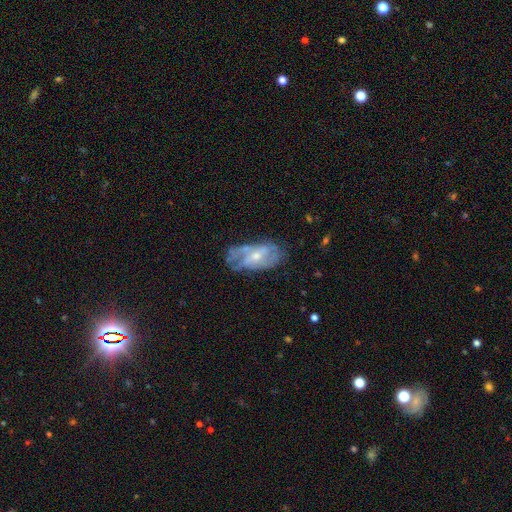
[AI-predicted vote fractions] Smooth or featured?
  - featured or disk: 71% *
  - smooth: 22%
  - star or artifact: 7%
Edge-on disk?
  - no: 93% *
  - yes: 7%
Bar?
  - no: 48% *
  - weak: 39%
  - strong: 13%
Spiral arms?
  - yes: 73% *
  - no: 27%
Bulge size?
  - small: 55% *
  - moderate: 40%
  - none: 3%
  - large: 2%
  - dominant: 1%
Merging?
  - none: 50% *
  - minor disturbance: 28%
  - major disturbance: 18%
  - merger: 4%